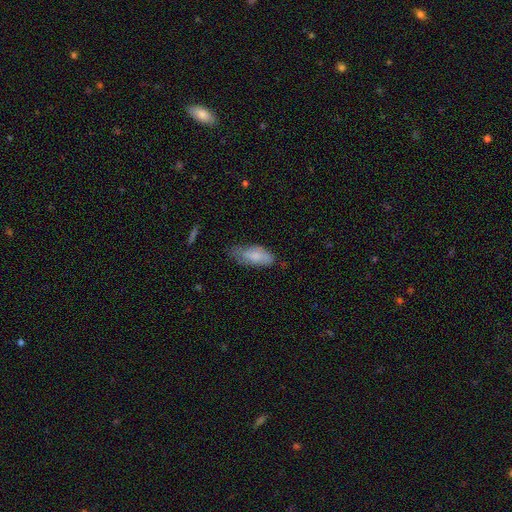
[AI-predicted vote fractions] This is likely a smooth galaxy (76%). How rounded: clearly in between (83%). Merging: possibly none (48%).